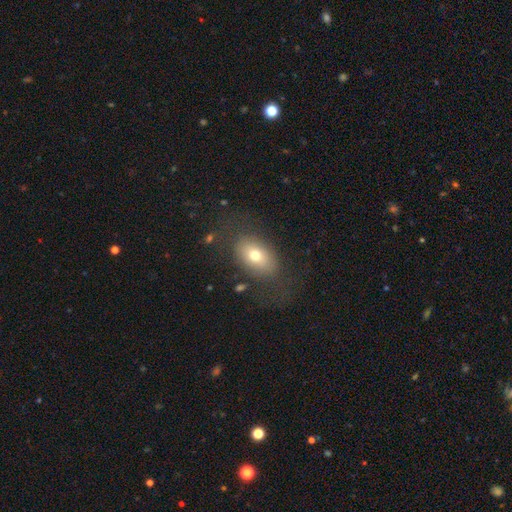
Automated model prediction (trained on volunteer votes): smooth_or_featured: smooth (p=0.69) [alt: featured or disk p=0.22]
how_rounded: in between (p=0.86) [alt: round p=0.11]
merging: none (p=0.71) [alt: minor disturbance p=0.16]